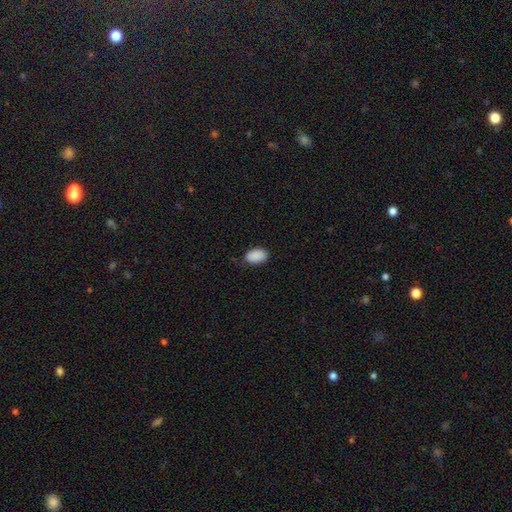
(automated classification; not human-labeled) This appears to be a smooth galaxy with no disk features (90%) that is in between round and cigar-shaped (91%). Merging: none (80%).